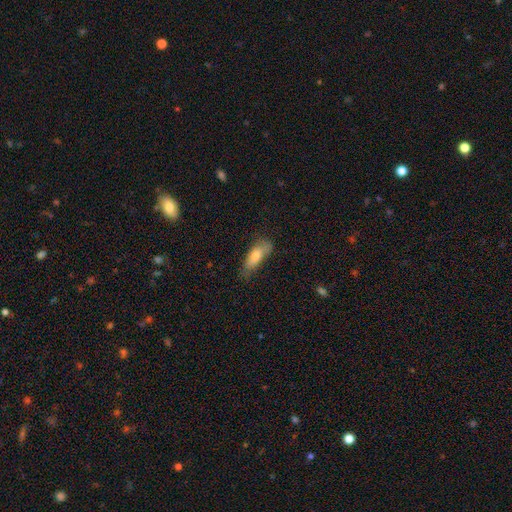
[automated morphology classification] type=smooth (71%); roundness=in between (58%); merging=none (63%).